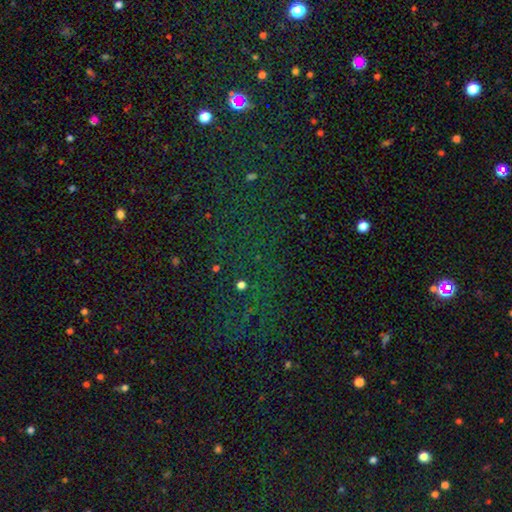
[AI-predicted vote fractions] star or artifact 70%, smooth 19%, featured or disk 11%.